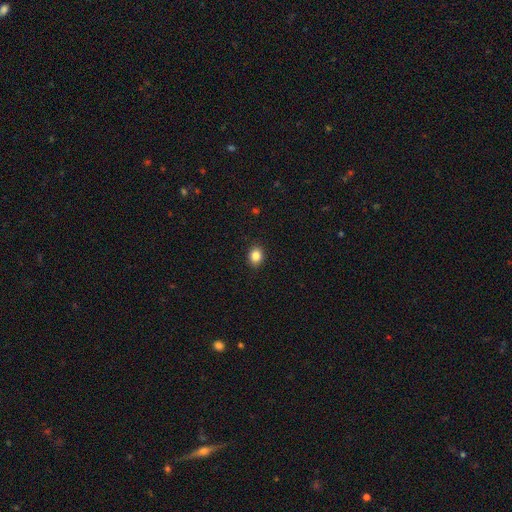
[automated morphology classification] The model was most divided on "how rounded": round: 54%, in between: 45%, cigar-shaped: 1%. More confident: merging — none (90%); smooth or featured — smooth (85%).